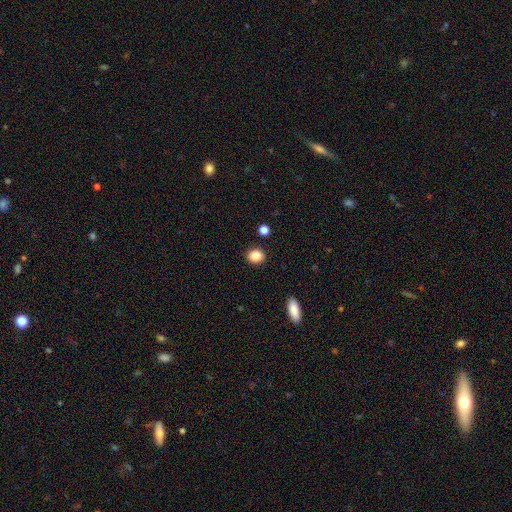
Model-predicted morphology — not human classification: Q: Smooth or featured?
A: smooth (87%); runner-up: star or artifact (9%)
Q: How rounded?
A: round (64%); runner-up: in between (35%)
Q: Merging?
A: none (88%); runner-up: minor disturbance (8%)